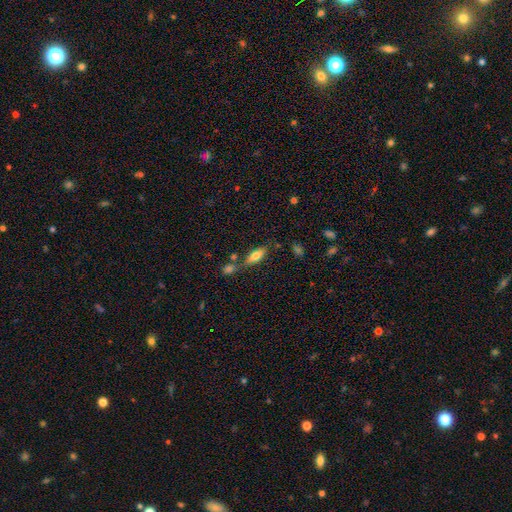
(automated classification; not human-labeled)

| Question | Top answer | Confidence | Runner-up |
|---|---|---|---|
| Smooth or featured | smooth | 72% | featured or disk (20%) |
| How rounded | in between | 71% | cigar-shaped (26%) |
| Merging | none | 63% | merger (17%) |